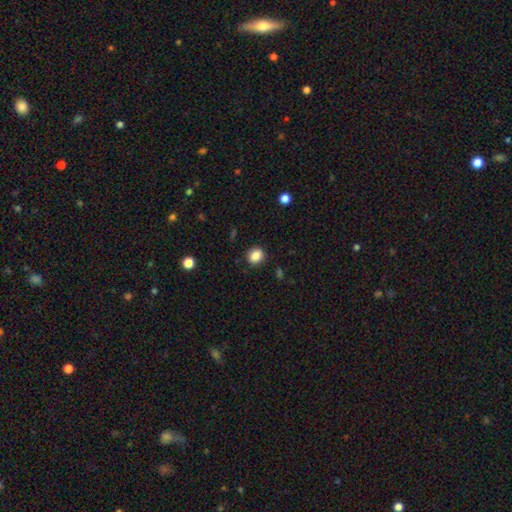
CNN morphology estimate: Smooth or featured?
  - smooth: 86% *
  - star or artifact: 10%
  - featured or disk: 4%
How rounded?
  - round: 70% *
  - in between: 29%
  - cigar-shaped: 1%
Merging?
  - none: 88% *
  - minor disturbance: 8%
  - major disturbance: 2%
  - merger: 1%